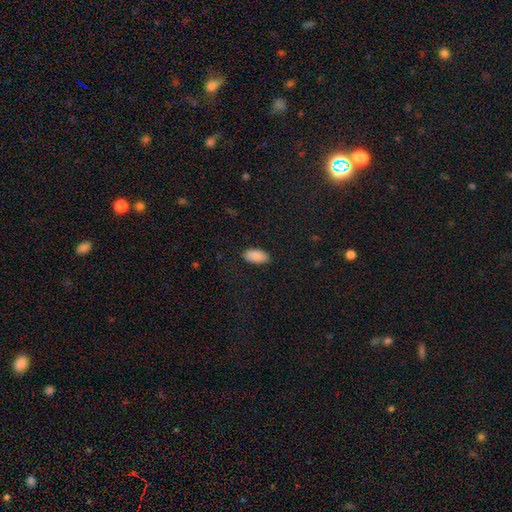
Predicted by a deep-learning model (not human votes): smooth 89%, star or artifact 7%, featured or disk 4%. Down the decision tree: how rounded — in between (95%); merging — none (86%).